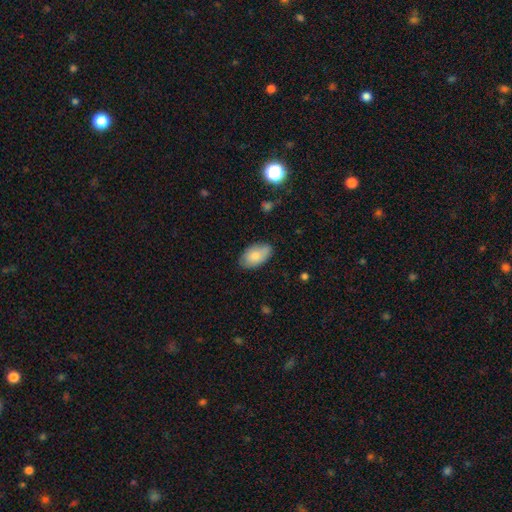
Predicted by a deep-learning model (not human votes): A smooth galaxy with no disk features (81%) that is in between round and cigar-shaped (94%). Merging: none (77%).